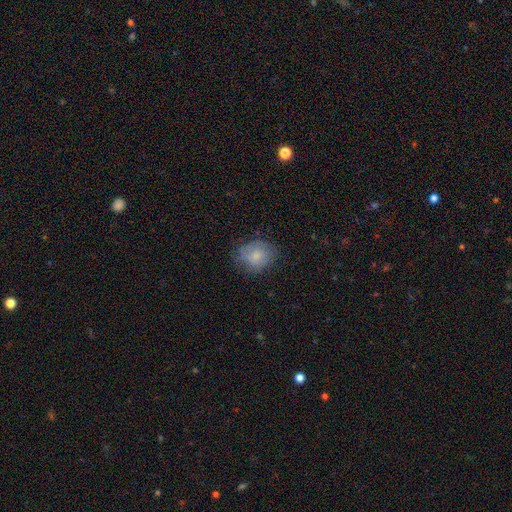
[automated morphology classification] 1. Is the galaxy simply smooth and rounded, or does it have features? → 70% smooth, 22% featured or disk, 8% star or artifact.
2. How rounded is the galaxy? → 60% round, 39% in between, 1% cigar-shaped.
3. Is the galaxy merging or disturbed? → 66% none, 25% minor disturbance, 7% major disturbance, 1% merger.